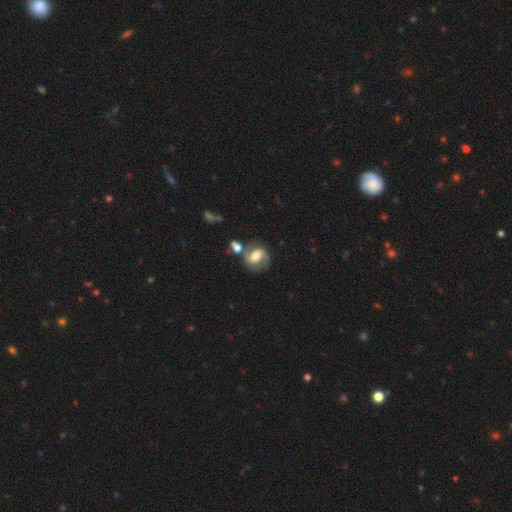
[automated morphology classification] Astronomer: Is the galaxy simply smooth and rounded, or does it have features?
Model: featured or disk — 68%.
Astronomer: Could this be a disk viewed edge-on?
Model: no — 97%.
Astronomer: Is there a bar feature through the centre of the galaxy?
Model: weak — 44% (runner-up: no, 29%).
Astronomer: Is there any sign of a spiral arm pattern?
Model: yes — 88%.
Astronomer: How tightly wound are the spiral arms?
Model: medium — 50% (runner-up: loose, 28%).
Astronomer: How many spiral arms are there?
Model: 2 — 87%.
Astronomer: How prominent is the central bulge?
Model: moderate — 66%.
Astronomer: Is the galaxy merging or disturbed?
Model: none — 58%.